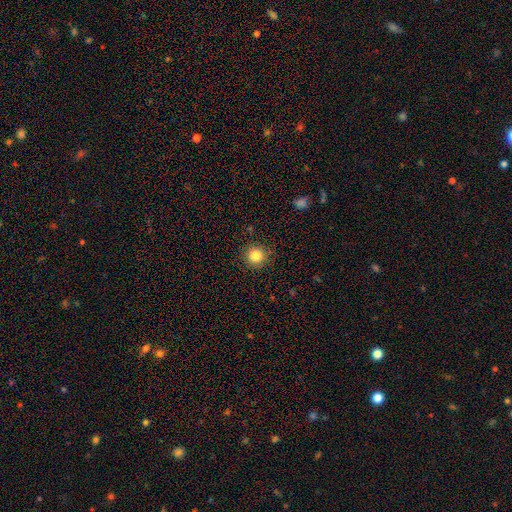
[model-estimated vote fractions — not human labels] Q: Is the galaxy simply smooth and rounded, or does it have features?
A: smooth — 85%.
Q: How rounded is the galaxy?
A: round — 94%.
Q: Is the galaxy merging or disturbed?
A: none — 89%.